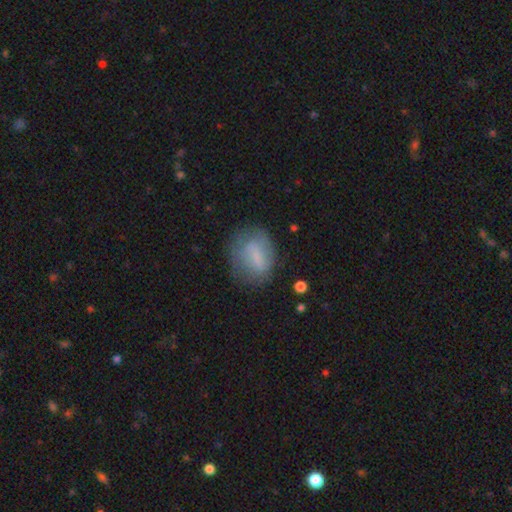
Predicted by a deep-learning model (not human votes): Smooth or featured?
  - smooth: 66% *
  - featured or disk: 26%
  - star or artifact: 8%
How rounded?
  - in between: 58% *
  - round: 39%
  - cigar-shaped: 2%
Merging?
  - none: 64% *
  - minor disturbance: 24%
  - major disturbance: 10%
  - merger: 2%